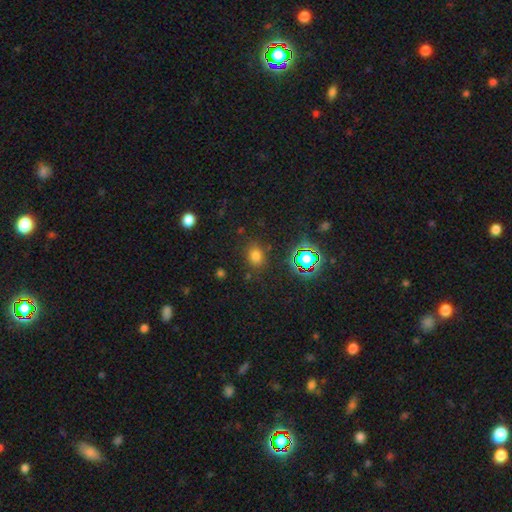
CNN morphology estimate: Smooth or featured? smooth (70%)
How rounded? round (51%)
Merging? none (82%)